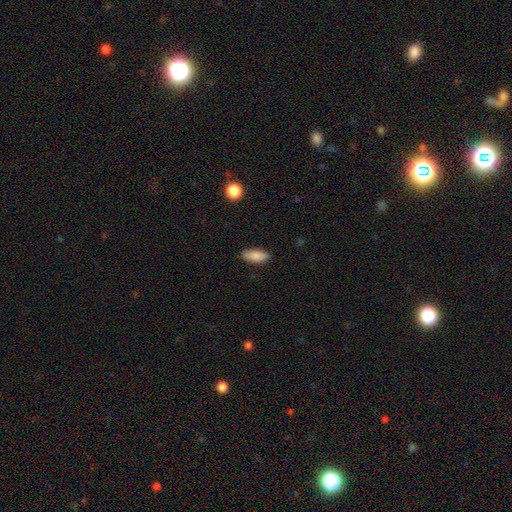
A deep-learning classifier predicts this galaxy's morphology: Smooth or featured? smooth (86%)
How rounded? in between (83%)
Merging? none (86%)